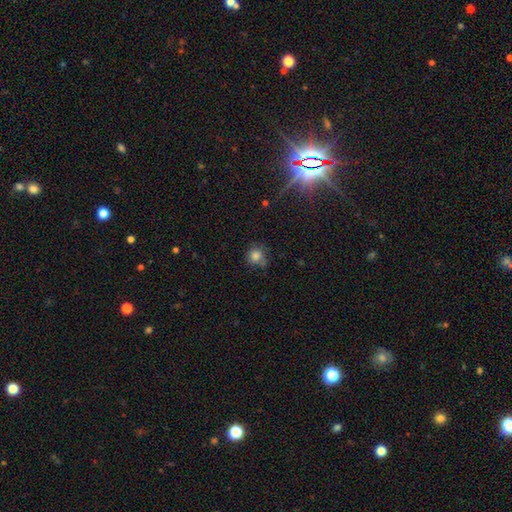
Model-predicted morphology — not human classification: smooth_or_featured: smooth (p=0.82) [alt: star or artifact p=0.12]
how_rounded: round (p=0.83) [alt: in between p=0.16]
merging: none (p=0.60) [alt: minor disturbance p=0.27]